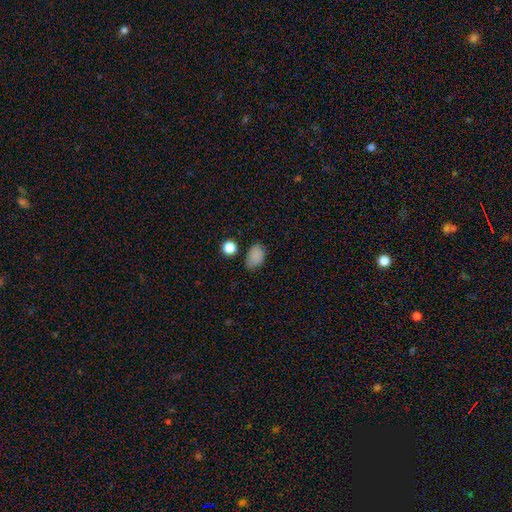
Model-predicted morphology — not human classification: type=smooth (83%); roundness=in between (81%); merging=none (66%).